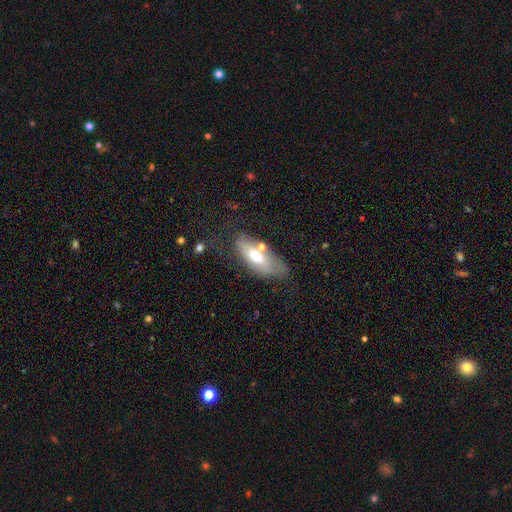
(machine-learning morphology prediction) This is possibly a smooth galaxy (57%). How rounded: likely in between (79%). Merging: possibly none (53%).